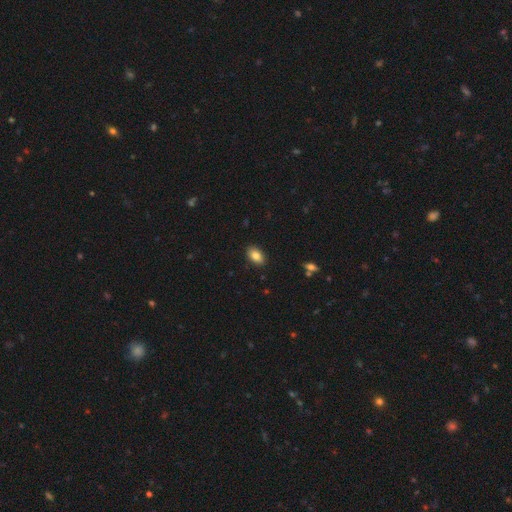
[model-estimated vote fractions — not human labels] This appears to be a smooth galaxy with no disk features (85%) that is in between round and cigar-shaped (90%). Merging: none (89%).